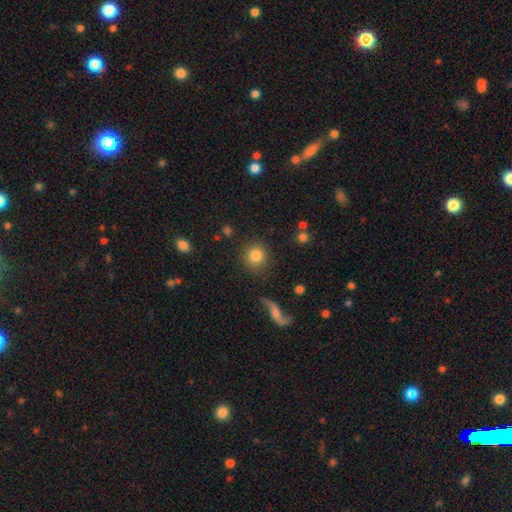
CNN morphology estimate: smooth 81%, star or artifact 10%, featured or disk 9%. Down the decision tree: how rounded — round (91%); merging — none (85%).